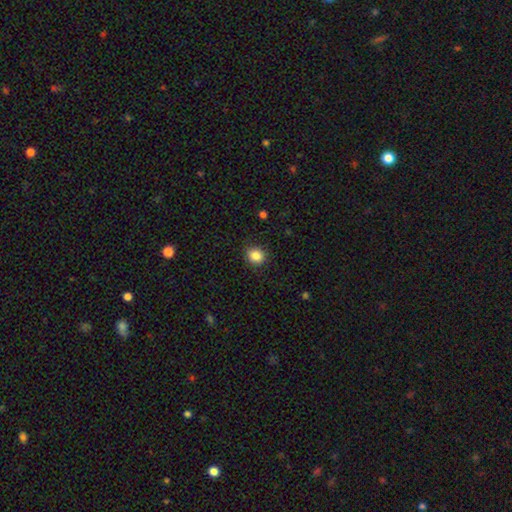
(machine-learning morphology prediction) This is clearly a smooth galaxy (86%). How rounded: likely round (80%). Merging: clearly none (88%).